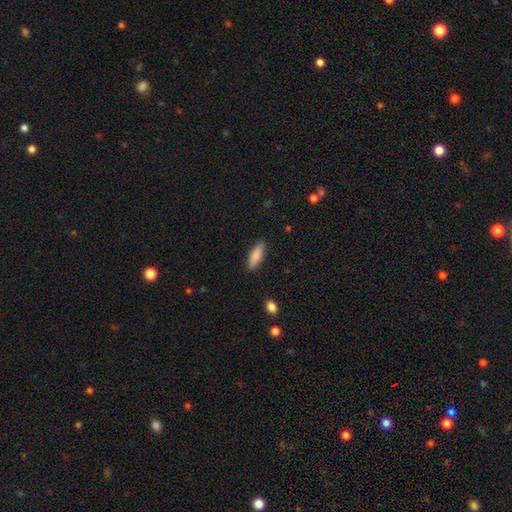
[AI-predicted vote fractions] Overall: smooth (83%). How rounded: in between (50%; cigar-shaped 49%). Merging: none (87%).